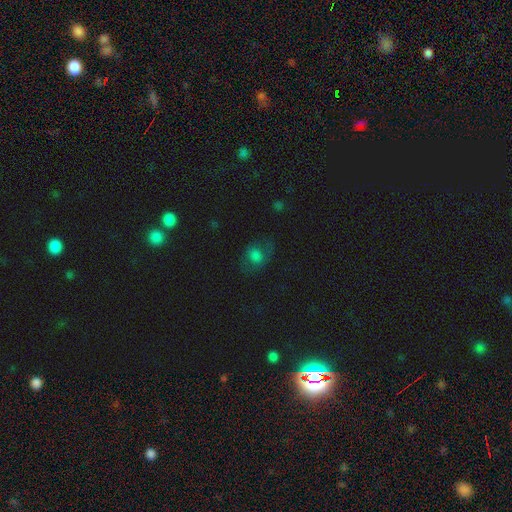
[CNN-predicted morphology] Smooth or featured? Predicted: smooth (p=0.62). How rounded? Predicted: round (p=0.55). Merging? Predicted: none (p=0.59).